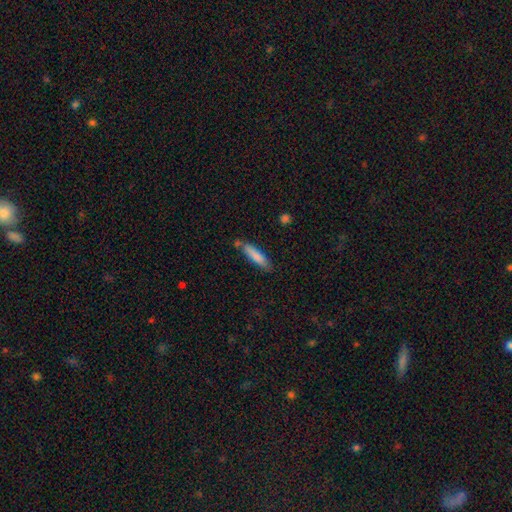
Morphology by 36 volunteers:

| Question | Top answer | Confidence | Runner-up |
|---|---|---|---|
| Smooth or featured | smooth | 78% | featured or disk (17%) |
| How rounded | cigar-shaped | 75% | in between (21%) |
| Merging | none | 71% | minor disturbance (18%) |